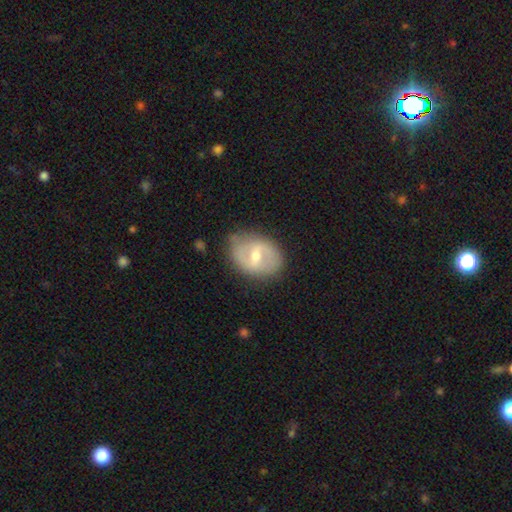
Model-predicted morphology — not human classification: Smooth or featured? featured or disk (64%)
Edge-on disk? no (96%)
Bar? weak (53%)
Spiral arms? yes (61%)
Bulge size? moderate (67%)
Merging? none (78%)